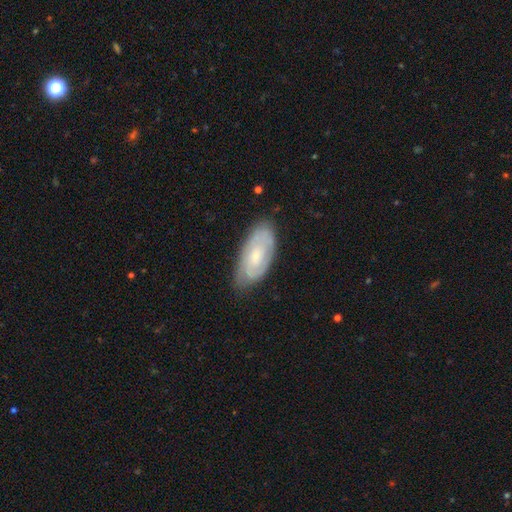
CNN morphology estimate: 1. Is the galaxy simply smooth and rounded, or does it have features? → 67% featured or disk, 27% smooth, 6% star or artifact.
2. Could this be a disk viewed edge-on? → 92% no, 8% yes.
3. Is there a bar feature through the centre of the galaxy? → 69% no, 27% weak, 5% strong.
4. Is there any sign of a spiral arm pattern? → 84% yes, 16% no.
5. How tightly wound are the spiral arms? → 66% tight, 27% medium, 8% loose.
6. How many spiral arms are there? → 45% can't tell, 37% 2, 8% 3, 5% 1, 3% 4, 2% more than 4.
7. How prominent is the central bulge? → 61% small, 34% moderate, 3% none, 2% large, 1% dominant.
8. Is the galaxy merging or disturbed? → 75% none, 20% minor disturbance, 4% major disturbance, 1% merger.